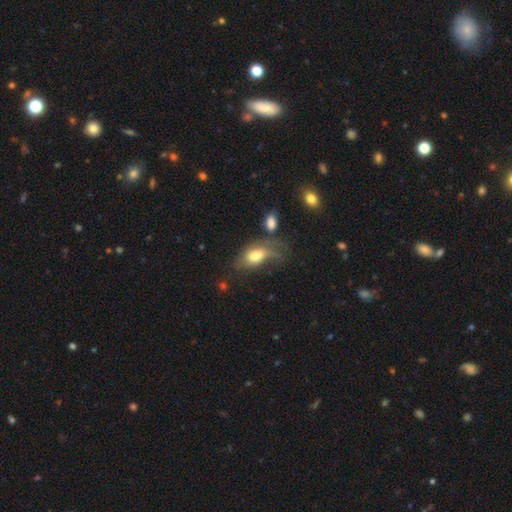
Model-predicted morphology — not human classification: Smooth or featured?
  - smooth: 69% *
  - featured or disk: 23%
  - star or artifact: 8%
How rounded?
  - in between: 89% *
  - round: 8%
  - cigar-shaped: 4%
Merging?
  - major disturbance: 31% *
  - none: 29%
  - minor disturbance: 26%
  - merger: 14%